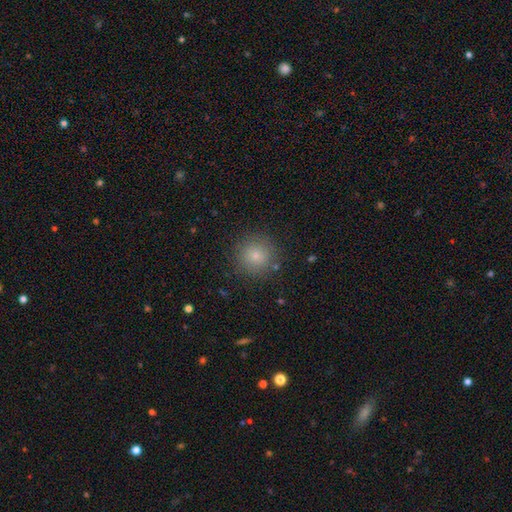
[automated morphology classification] Smooth or featured? smooth (80%)
How rounded? round (94%)
Merging? none (88%)